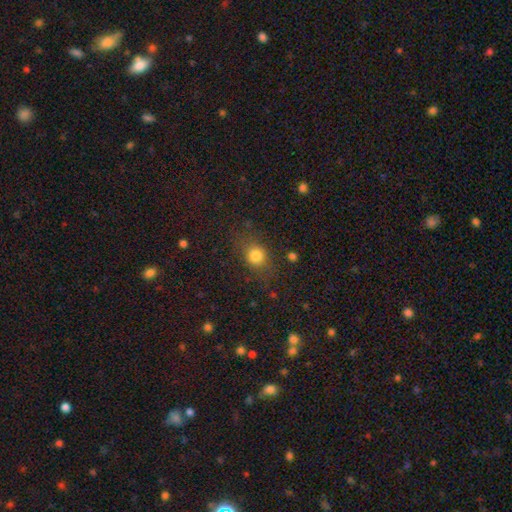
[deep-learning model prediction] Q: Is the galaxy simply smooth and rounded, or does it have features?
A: smooth — 79%.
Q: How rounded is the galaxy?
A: round — 70%.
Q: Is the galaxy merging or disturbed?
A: none — 75%.